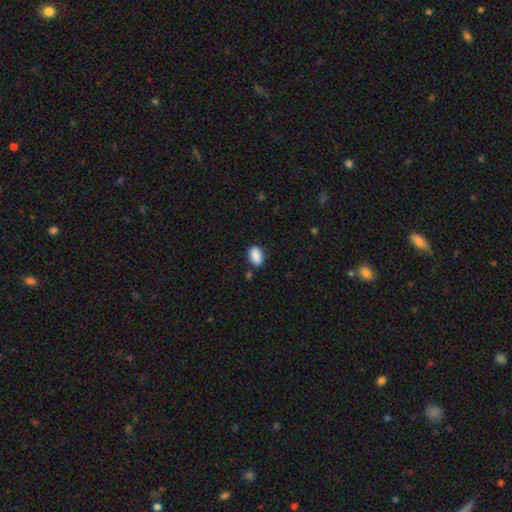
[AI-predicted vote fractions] Overall: smooth (90%). How rounded: in between (91%). Merging: none (83%).